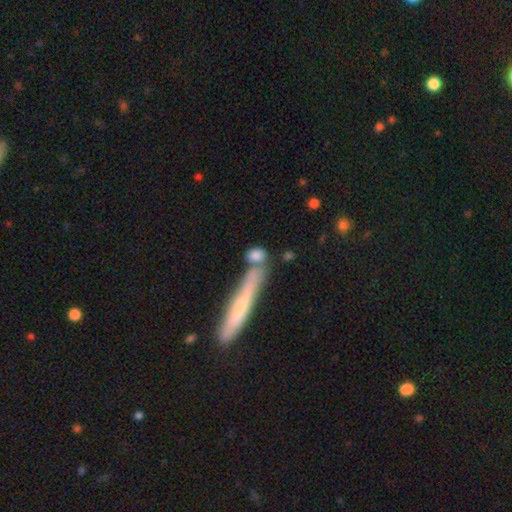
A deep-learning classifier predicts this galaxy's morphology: A smooth galaxy with no disk features (79%) that is in between round and cigar-shaped (53%).

Vote fractions:
- Smooth or featured? smooth: 79% / featured or disk: 13% / star or artifact: 8%
- How rounded? in between: 53% / cigar-shaped: 25% / round: 22%
- Merging? none: 54% / merger: 25% / minor disturbance: 14% / major disturbance: 7%